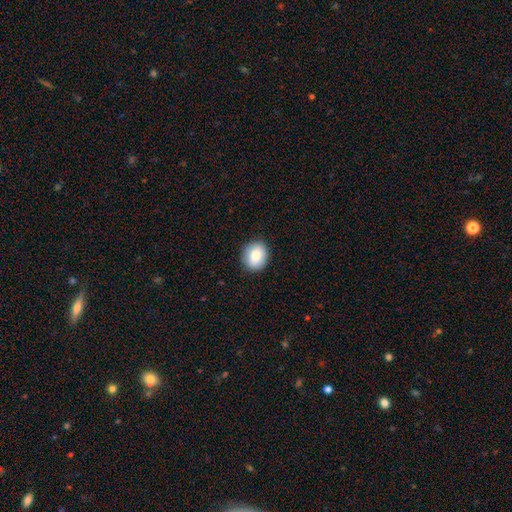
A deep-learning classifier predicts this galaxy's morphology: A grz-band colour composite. It shows a smooth galaxy with no disk features (81%) that is round (69%). Merging: none (89%).